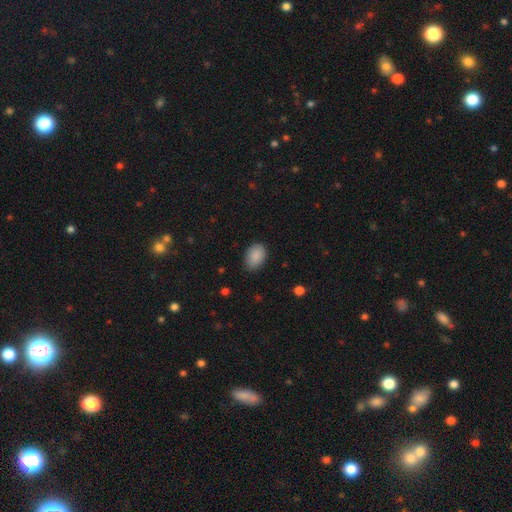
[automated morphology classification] The model was most divided on "merging": none: 82%, minor disturbance: 14%, major disturbance: 3%, merger: 1%. More confident: smooth or featured — smooth (88%); how rounded — in between (84%).